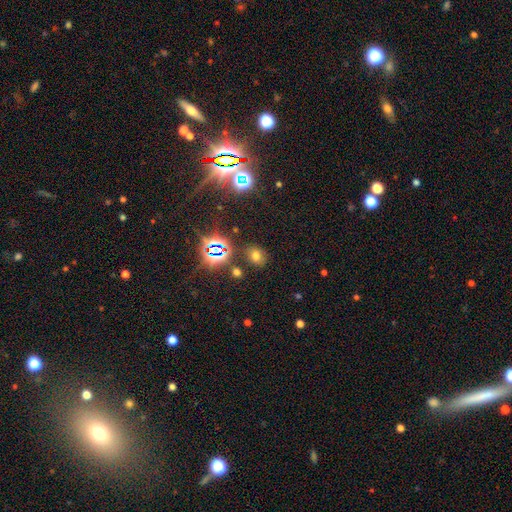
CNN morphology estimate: This appears to be a smooth galaxy with no disk features (58%) that is round (51%). Merging: none (81%).